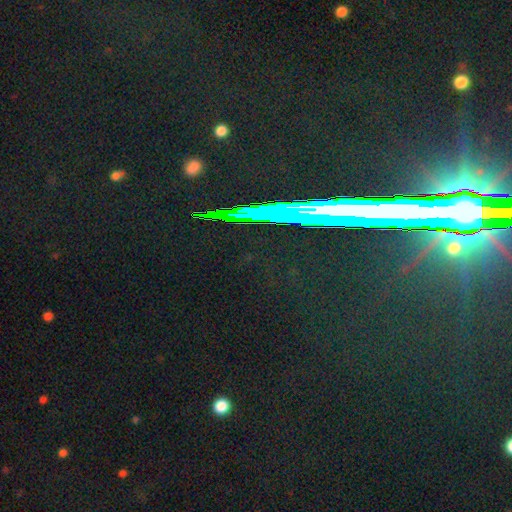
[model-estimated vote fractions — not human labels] smooth-or-featured: star or artifact: 80% | featured or disk: 11% | smooth: 9%